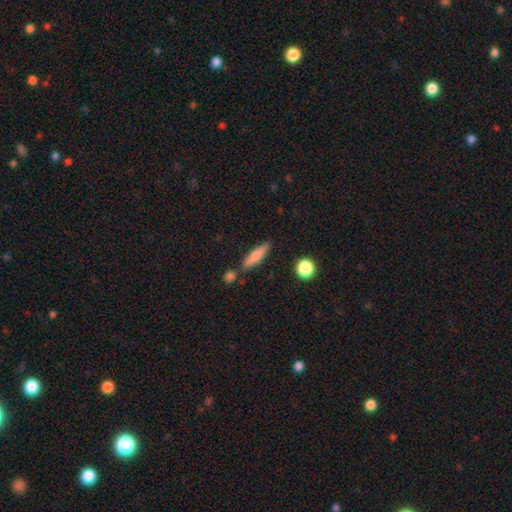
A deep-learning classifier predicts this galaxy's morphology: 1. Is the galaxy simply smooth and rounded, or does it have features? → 77% smooth, 17% featured or disk, 7% star or artifact.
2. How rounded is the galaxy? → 76% cigar-shaped, 22% in between, 2% round.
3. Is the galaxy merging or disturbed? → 77% none, 12% minor disturbance, 8% merger, 3% major disturbance.